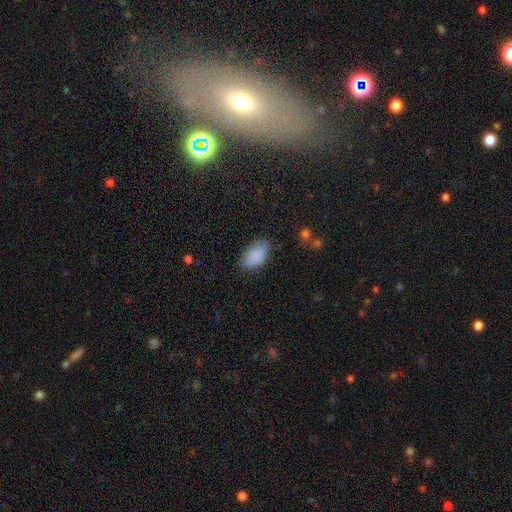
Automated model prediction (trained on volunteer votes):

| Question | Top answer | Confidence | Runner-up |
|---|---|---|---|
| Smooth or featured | smooth | 85% | star or artifact (7%) |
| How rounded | in between | 94% | round (5%) |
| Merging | none | 66% | minor disturbance (26%) |